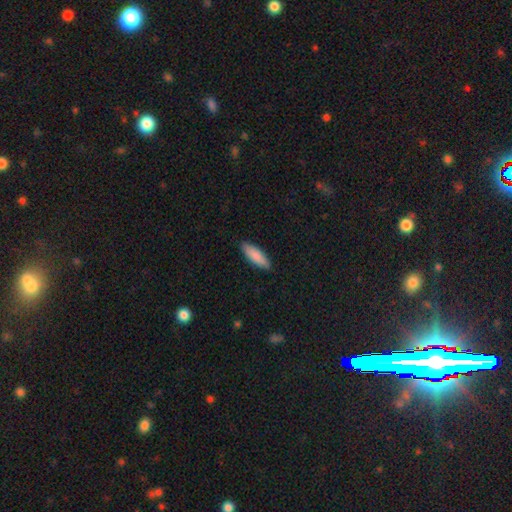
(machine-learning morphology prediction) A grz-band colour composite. It shows a smooth galaxy with no disk features (87%) that is in between round and cigar-shaped (54%). Merging: none (89%).